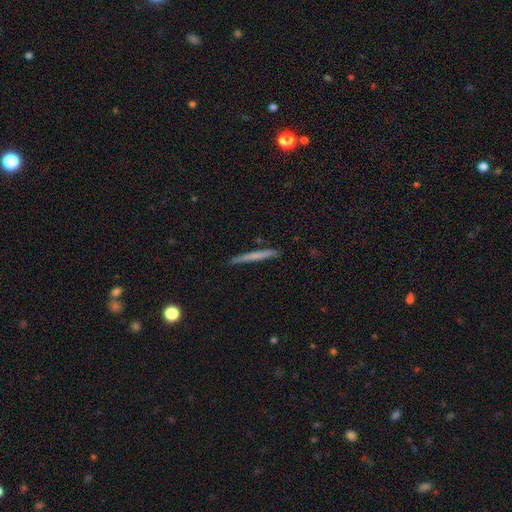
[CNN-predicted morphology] Smooth or featured: smooth — 58% (featured or disk — 36%)
How rounded: cigar-shaped — 96% (in between — 2%)
Merging: none — 88% (minor disturbance — 9%)